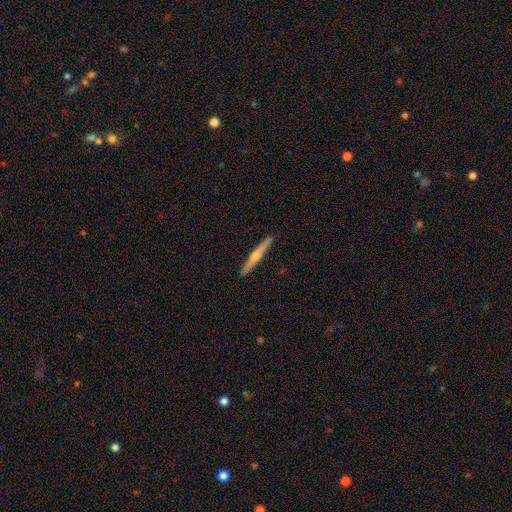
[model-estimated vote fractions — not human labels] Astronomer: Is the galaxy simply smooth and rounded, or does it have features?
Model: featured or disk — 67%.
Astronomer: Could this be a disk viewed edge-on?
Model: yes — 98%.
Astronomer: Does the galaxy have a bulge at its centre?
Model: rounded — 88%.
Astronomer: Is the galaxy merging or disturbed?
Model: none — 92%.